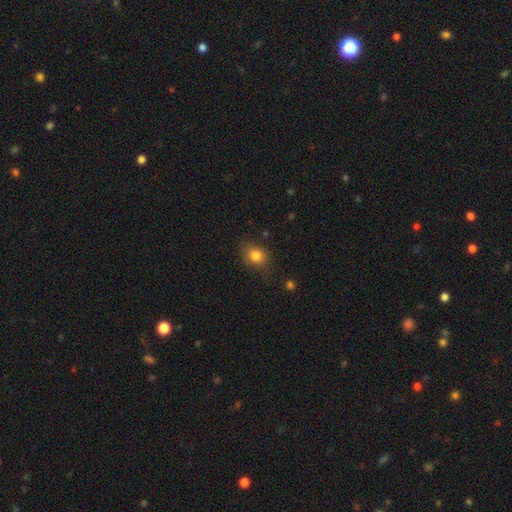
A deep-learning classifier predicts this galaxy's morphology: type=smooth (80%); roundness=round (55%); merging=none (75%).